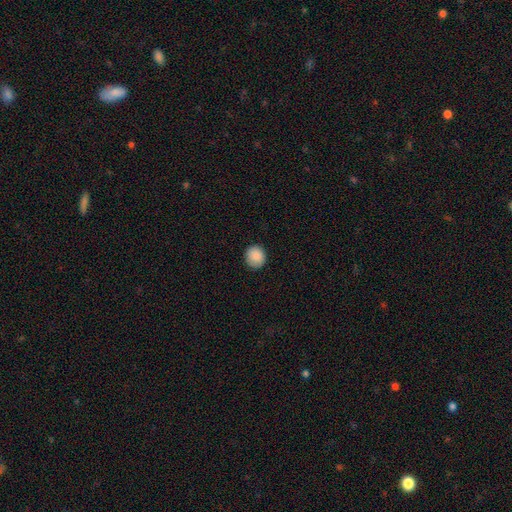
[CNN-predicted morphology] smooth-or-featured: smooth: 89% | star or artifact: 8% | featured or disk: 3%
  how-rounded: round: 86% | in between: 13% | cigar-shaped: 1%
  merging: none: 89% | minor disturbance: 8% | major disturbance: 2% | merger: 1%